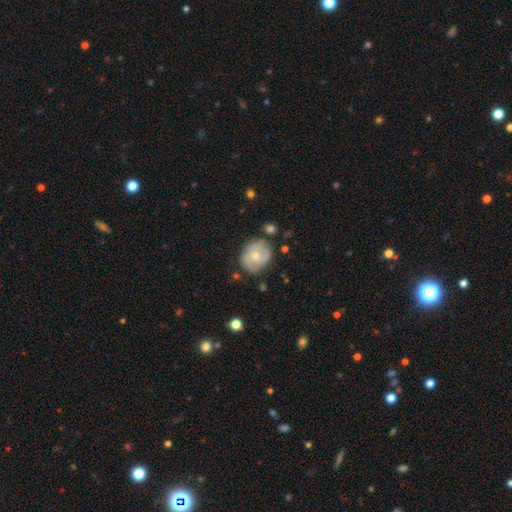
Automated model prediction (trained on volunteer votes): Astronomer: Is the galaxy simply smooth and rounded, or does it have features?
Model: featured or disk — 49% (runner-up: smooth, 44%).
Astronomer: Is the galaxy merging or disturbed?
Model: none — 64%.